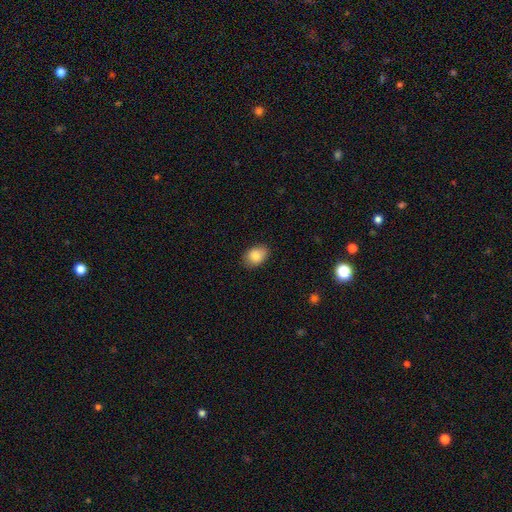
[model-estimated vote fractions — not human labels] This appears to be a smooth galaxy with no disk features (86%) that is in between round and cigar-shaped (77%). Merging: none (84%).